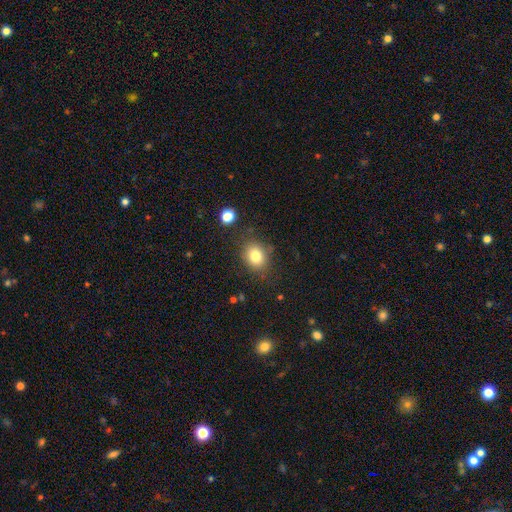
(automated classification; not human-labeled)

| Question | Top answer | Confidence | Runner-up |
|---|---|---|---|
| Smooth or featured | smooth | 78% | star or artifact (14%) |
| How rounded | round | 52% | in between (47%) |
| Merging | none | 83% | minor disturbance (12%) |